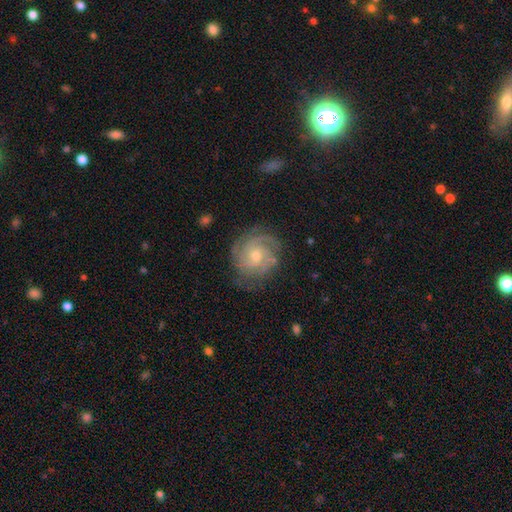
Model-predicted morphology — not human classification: smooth-or-featured: featured or disk: 86% | smooth: 8% | star or artifact: 6%
  disk-edge-on: no: 98% | yes: 2%
    bar: no: 69% | weak: 26% | strong: 5%
    has-spiral-arms: yes: 97% | no: 3%
      spiral-winding: tight: 73% | medium: 23% | loose: 4%
      spiral-arm-count: 3: 37% | 2: 20% | can't tell: 19% | 4: 13% | more than 4: 6% | 1: 6%
    bulge-size: small: 53% | moderate: 44% | large: 1% | none: 1% | dominant: 1%
  merging: none: 78% | minor disturbance: 16% | major disturbance: 5% | merger: 1%